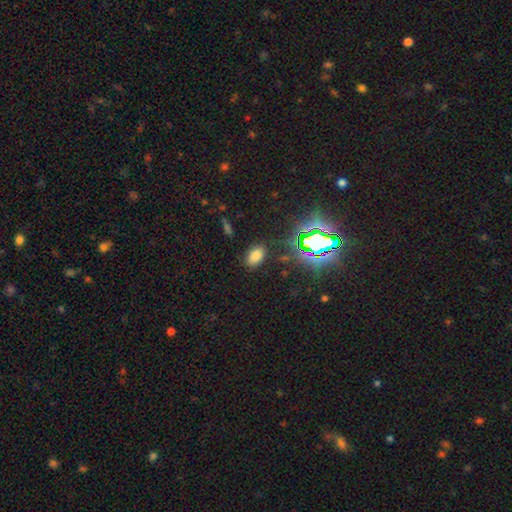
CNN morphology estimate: A smooth galaxy with no disk features (71%) that is in between round and cigar-shaped (90%). Merging: none (84%).